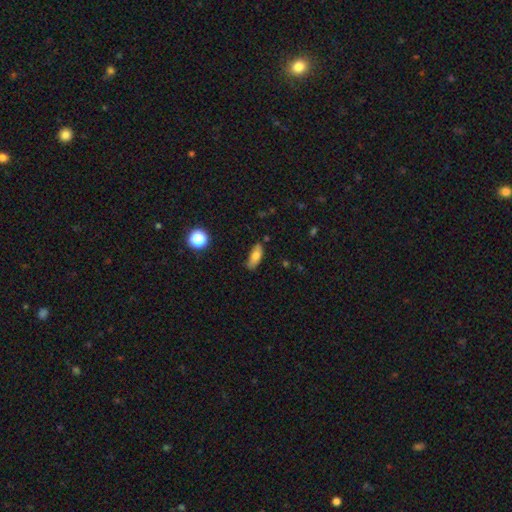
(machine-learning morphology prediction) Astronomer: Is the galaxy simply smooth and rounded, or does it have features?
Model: smooth — 75%.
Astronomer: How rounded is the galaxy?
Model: in between — 76%.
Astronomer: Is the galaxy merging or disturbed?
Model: none — 70%.